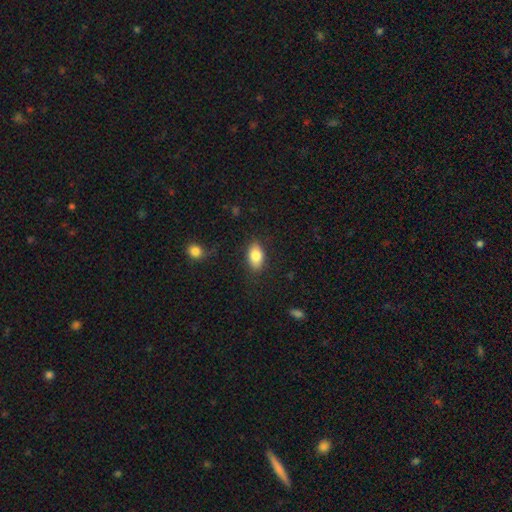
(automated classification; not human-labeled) Smooth or featured? smooth (82%)
How rounded? in between (91%)
Merging? none (84%)